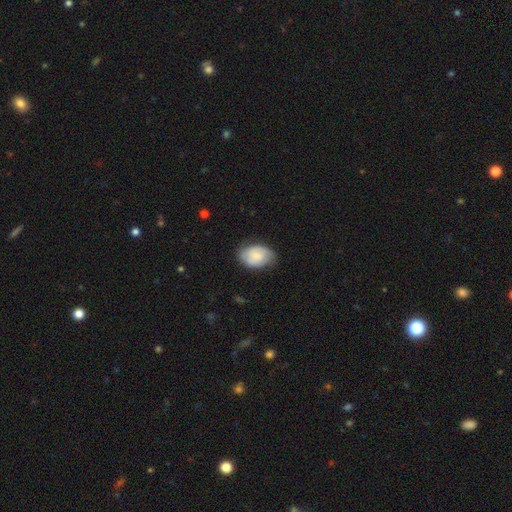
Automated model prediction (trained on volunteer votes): smooth 63%, featured or disk 30%, star or artifact 7%. Down the decision tree: how rounded — in between (84%); merging — none (69%).